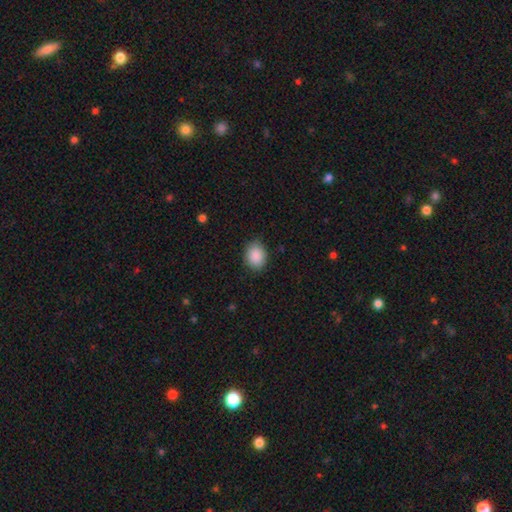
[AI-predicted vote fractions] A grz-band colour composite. It shows a smooth galaxy with no disk features (90%) that is in between round and cigar-shaped (57%). Merging: none (85%).